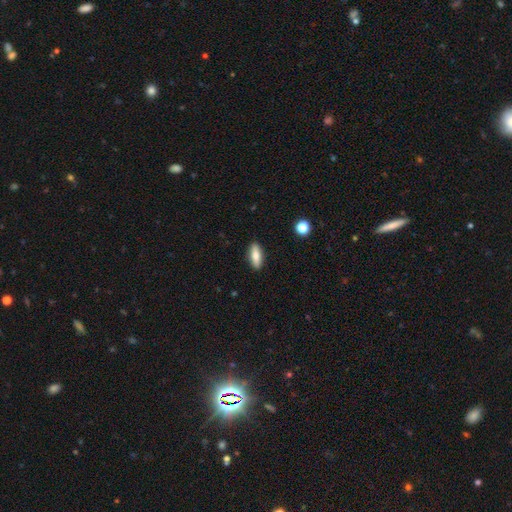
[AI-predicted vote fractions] Overall: smooth (75%). How rounded: in between (64%; cigar-shaped 33%). Merging: none (89%).